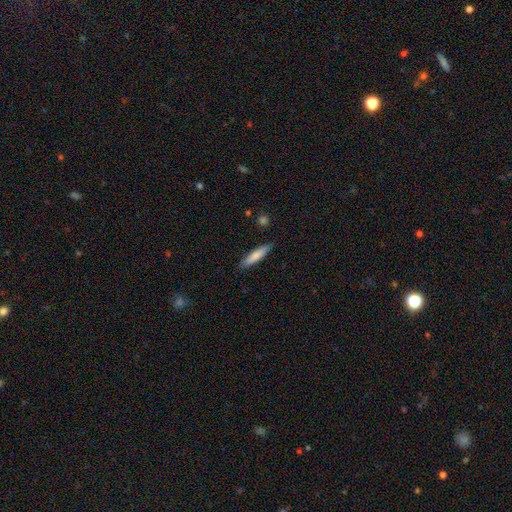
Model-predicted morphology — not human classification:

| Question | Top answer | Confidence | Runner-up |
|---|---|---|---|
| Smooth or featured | smooth | 79% | featured or disk (15%) |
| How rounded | cigar-shaped | 84% | in between (15%) |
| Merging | none | 88% | minor disturbance (9%) |